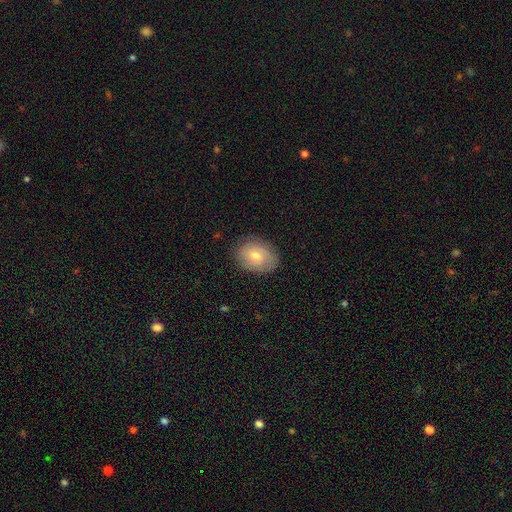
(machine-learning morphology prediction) Q: Smooth or featured?
A: smooth (69%); runner-up: featured or disk (23%)
Q: How rounded?
A: in between (64%); runner-up: round (35%)
Q: Merging?
A: none (83%); runner-up: minor disturbance (13%)